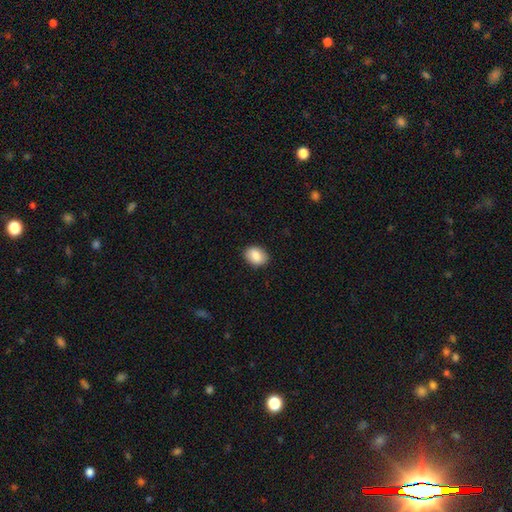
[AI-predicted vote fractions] Morphology: type=smooth (87%); roundness=in between (71%); merging=none (88%).